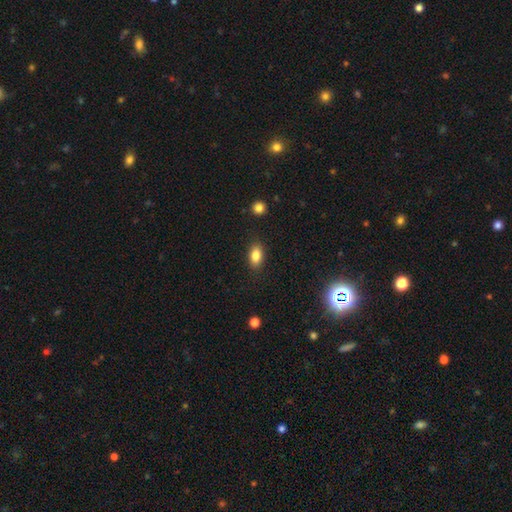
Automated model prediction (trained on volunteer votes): smooth_or_featured: smooth (p=0.84) [alt: star or artifact p=0.09]
how_rounded: in between (p=0.86) [alt: round p=0.10]
merging: none (p=0.87) [alt: minor disturbance p=0.10]